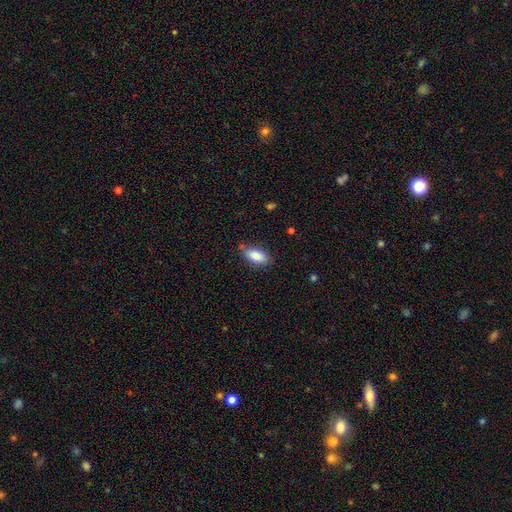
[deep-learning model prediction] This is clearly a smooth galaxy (84%). How rounded: clearly in between (88%). Merging: likely none (77%).